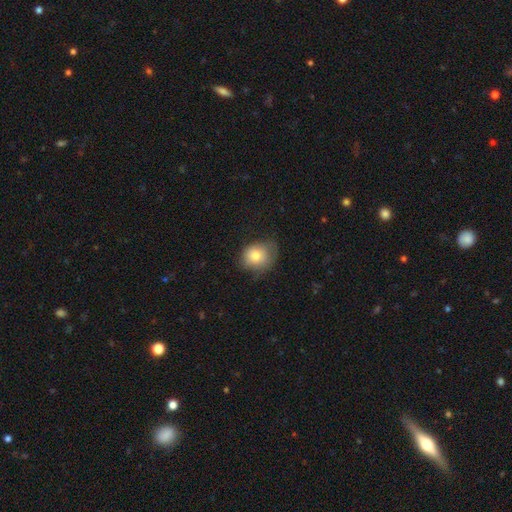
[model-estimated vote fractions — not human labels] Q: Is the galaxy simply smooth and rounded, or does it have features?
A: smooth — 78%.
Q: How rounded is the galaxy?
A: round — 68%.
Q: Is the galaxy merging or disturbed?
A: none — 56%.